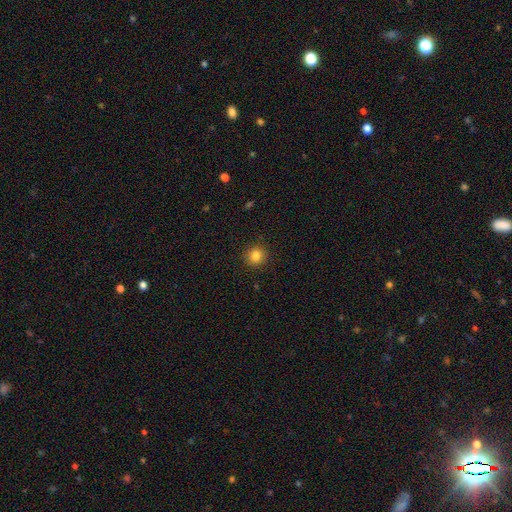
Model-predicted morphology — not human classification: Q: Smooth or featured?
A: smooth (84%); runner-up: star or artifact (11%)
Q: How rounded?
A: round (91%); runner-up: in between (8%)
Q: Merging?
A: none (91%); runner-up: minor disturbance (6%)